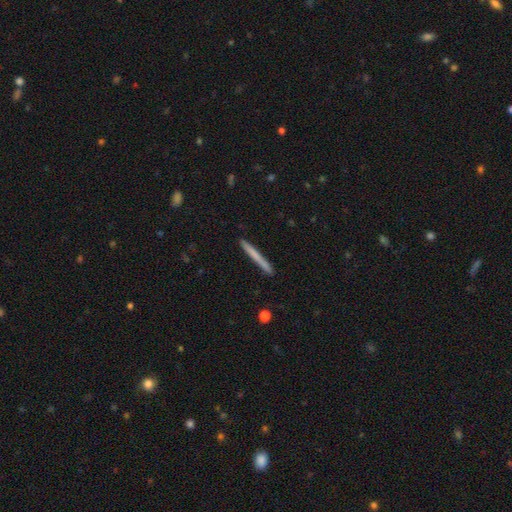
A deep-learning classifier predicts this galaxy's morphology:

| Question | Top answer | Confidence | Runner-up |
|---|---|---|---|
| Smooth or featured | smooth | 65% | featured or disk (29%) |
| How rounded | cigar-shaped | 97% | in between (2%) |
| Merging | none | 91% | minor disturbance (7%) |